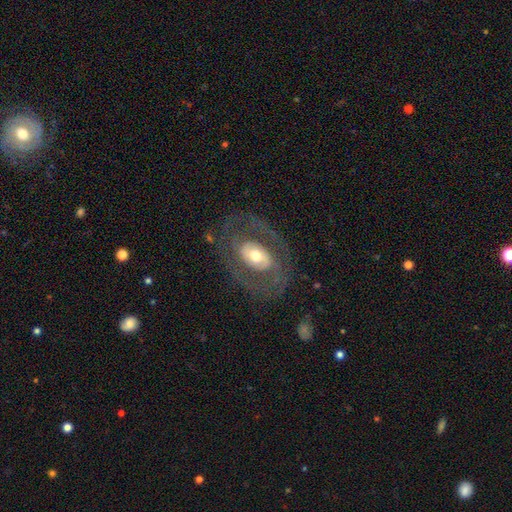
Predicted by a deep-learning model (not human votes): smooth_or_featured: featured or disk (p=0.73) [alt: smooth p=0.22]
disk_edge_on: no (p=0.94) [alt: yes p=0.06]
bar: no (p=0.55) [alt: weak p=0.29]
has_spiral_arms: yes (p=0.59) [alt: no p=0.41]
bulge_size: moderate (p=0.64) [alt: small p=0.18]
merging: none (p=0.72) [alt: minor disturbance p=0.14]